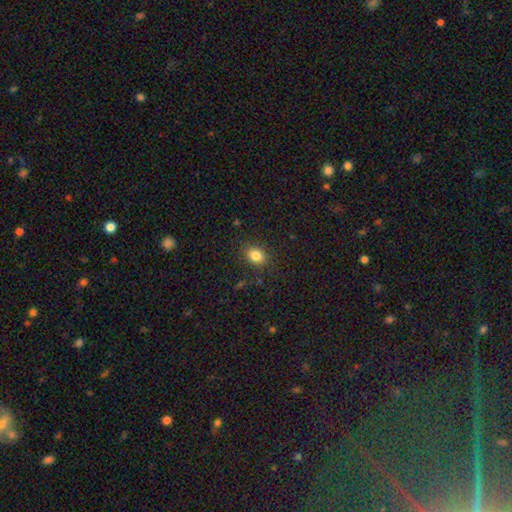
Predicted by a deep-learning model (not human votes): Overall: smooth (83%). How rounded: in between (59%; round 40%). Merging: none (86%).